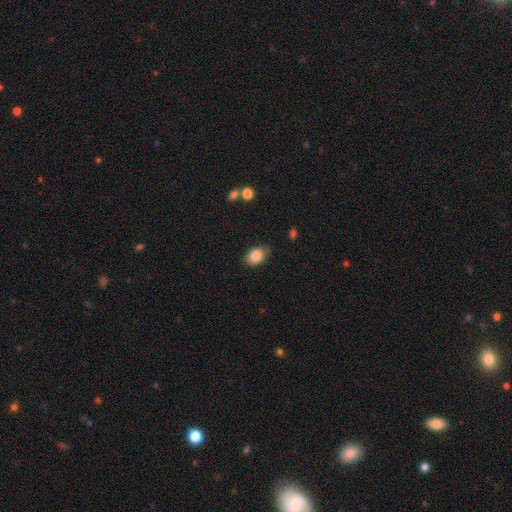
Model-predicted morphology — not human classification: This appears to be a smooth galaxy with no disk features (87%) that is in between round and cigar-shaped (80%). Merging: none (79%).